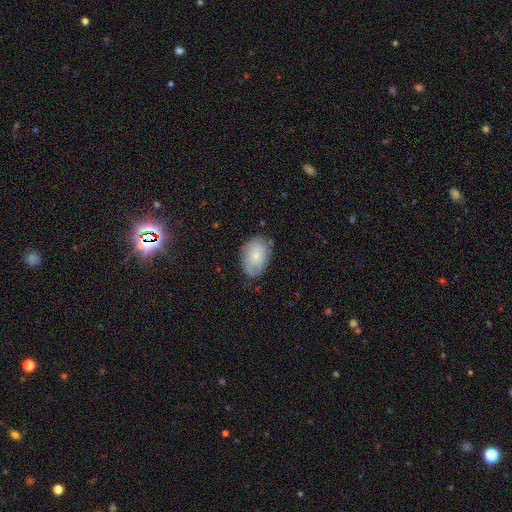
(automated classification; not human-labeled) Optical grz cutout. It shows a smooth galaxy with no disk features (71%) that is in between round and cigar-shaped (86%). Merging: none (69%).